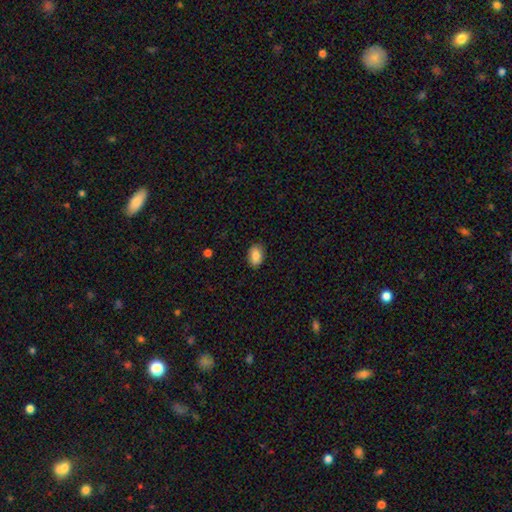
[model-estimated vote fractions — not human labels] A smooth galaxy with no disk features (87%) that is in between round and cigar-shaped (88%). Merging: none (86%).